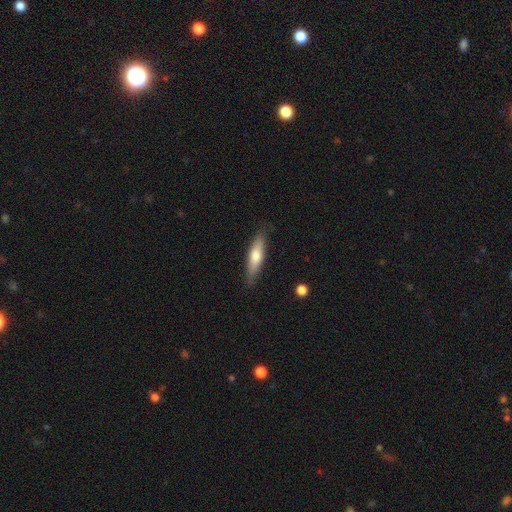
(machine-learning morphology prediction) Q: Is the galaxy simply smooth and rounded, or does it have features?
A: smooth — 62%.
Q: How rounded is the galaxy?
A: cigar-shaped — 71%.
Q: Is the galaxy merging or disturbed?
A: none — 83%.